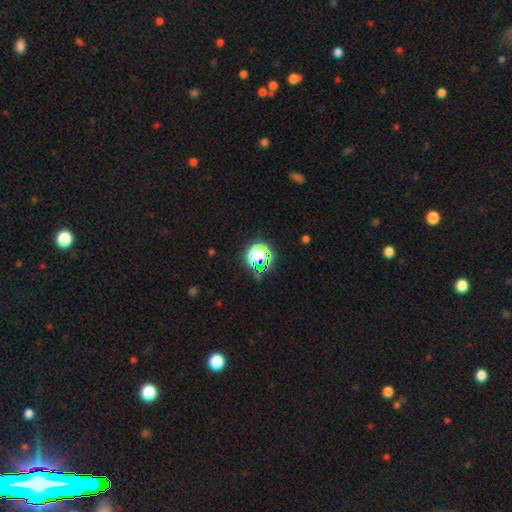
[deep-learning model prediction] A star or artifact, not a galaxy (54%).